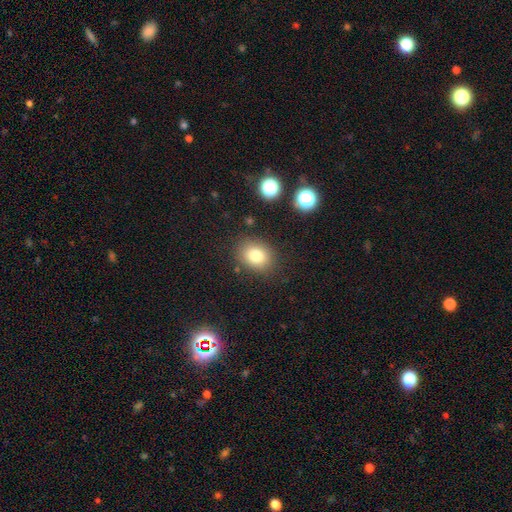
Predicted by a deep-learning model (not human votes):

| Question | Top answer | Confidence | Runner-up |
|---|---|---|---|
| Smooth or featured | smooth | 80% | star or artifact (11%) |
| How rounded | in between | 52% | round (48%) |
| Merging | none | 83% | minor disturbance (11%) |